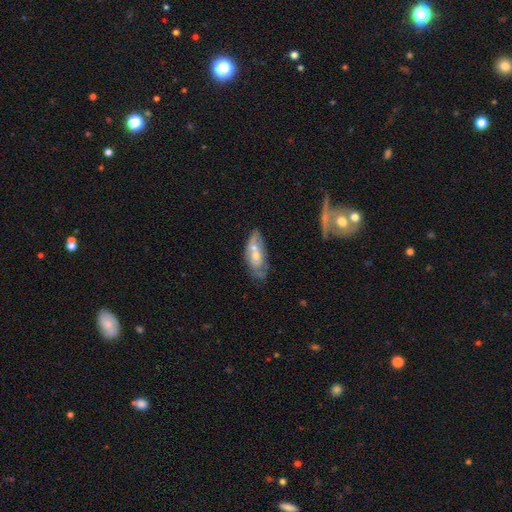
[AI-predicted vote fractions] featured or disk 54%, smooth 38%, star or artifact 8%. Down the decision tree: edge-on disk — no (85%); merging — none (50%).